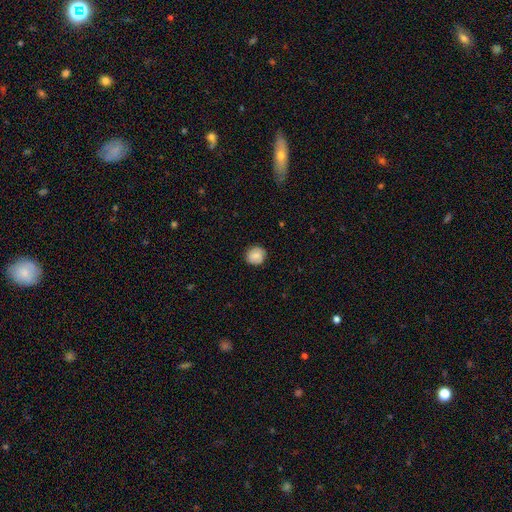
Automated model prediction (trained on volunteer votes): Smooth or featured? smooth (79%)
How rounded? round (87%)
Merging? none (85%)